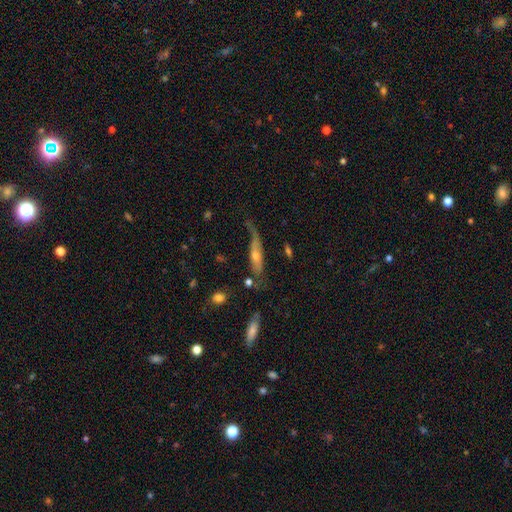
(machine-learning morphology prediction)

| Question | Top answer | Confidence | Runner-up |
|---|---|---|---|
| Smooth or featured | featured or disk | 54% | smooth (37%) |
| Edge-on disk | yes | 54% | no (46%) |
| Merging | none | 38% | major disturbance (29%) |